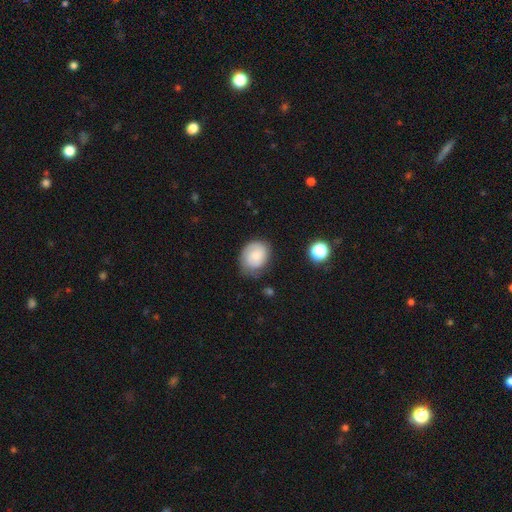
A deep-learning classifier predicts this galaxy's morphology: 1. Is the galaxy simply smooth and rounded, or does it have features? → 65% smooth, 26% featured or disk, 8% star or artifact.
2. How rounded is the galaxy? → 50% in between, 49% round, 1% cigar-shaped.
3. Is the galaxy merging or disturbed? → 62% none, 27% minor disturbance, 8% major disturbance, 2% merger.